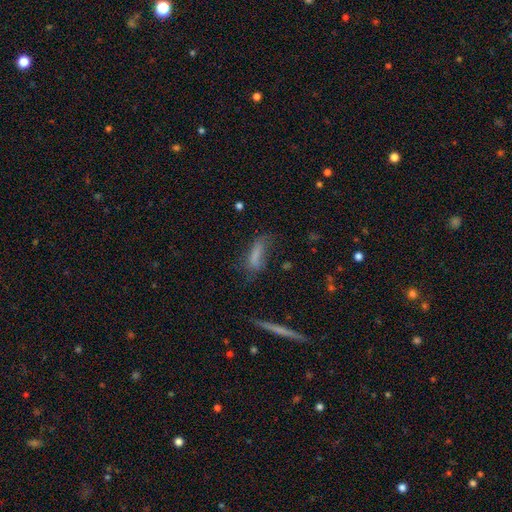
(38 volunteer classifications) Smooth or featured: smooth — 68% (featured or disk — 24%)
How rounded: in between — 50% (tied with cigar-shaped — 50%)
Merging: none — 43% (minor disturbance — 40%)